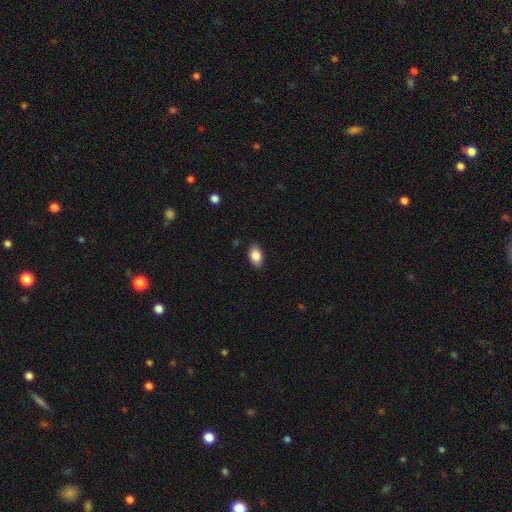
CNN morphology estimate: smooth-or-featured: smooth: 86% | star or artifact: 7% | featured or disk: 6%
  how-rounded: in between: 92% | round: 6% | cigar-shaped: 2%
  merging: none: 88% | minor disturbance: 9% | major disturbance: 2% | merger: 1%